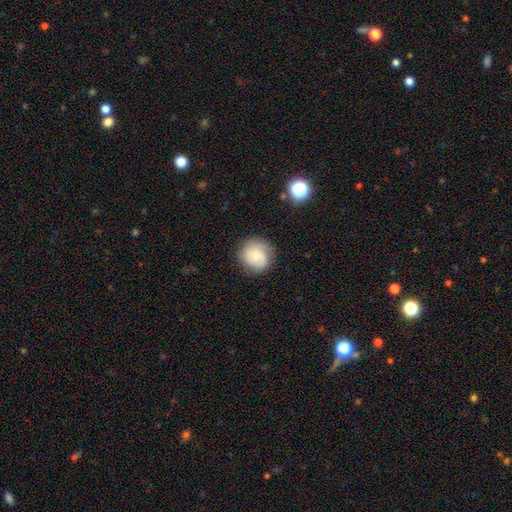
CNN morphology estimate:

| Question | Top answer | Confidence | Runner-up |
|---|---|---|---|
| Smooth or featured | smooth | 60% | featured or disk (31%) |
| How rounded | round | 89% | in between (10%) |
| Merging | none | 80% | minor disturbance (14%) |